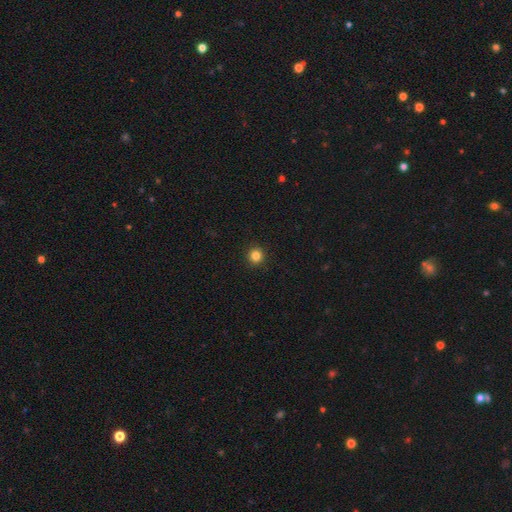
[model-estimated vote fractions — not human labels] This appears to be a smooth galaxy with no disk features (84%) that is round (94%). Merging: none (93%).